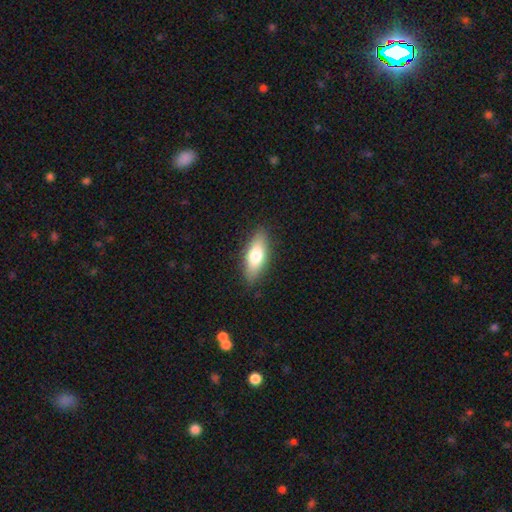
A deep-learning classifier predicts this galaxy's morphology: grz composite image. It shows a smooth galaxy with no disk features (70%) that is in between round and cigar-shaped (69%). Merging: none (86%).